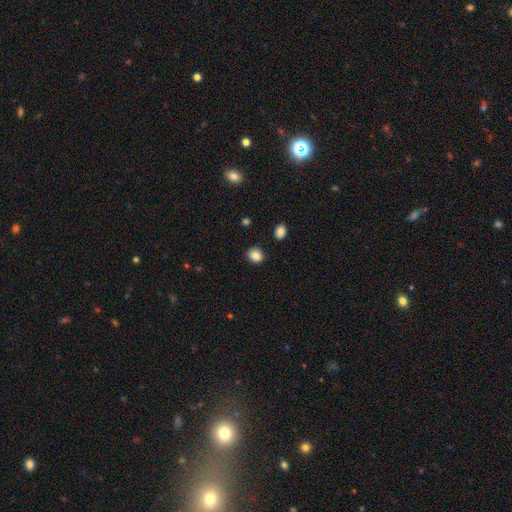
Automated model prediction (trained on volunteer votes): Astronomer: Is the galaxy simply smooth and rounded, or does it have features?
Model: smooth — 85%.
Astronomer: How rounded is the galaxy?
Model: round — 68%.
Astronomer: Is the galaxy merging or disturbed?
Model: none — 88%.